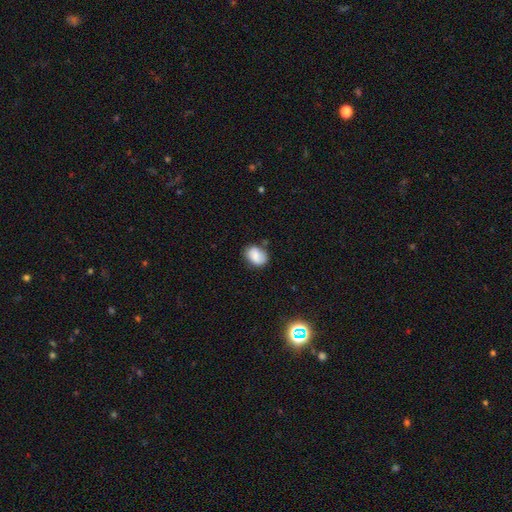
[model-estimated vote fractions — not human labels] This is likely a smooth galaxy (78%). How rounded: likely in between (71%). Merging: likely none (66%).